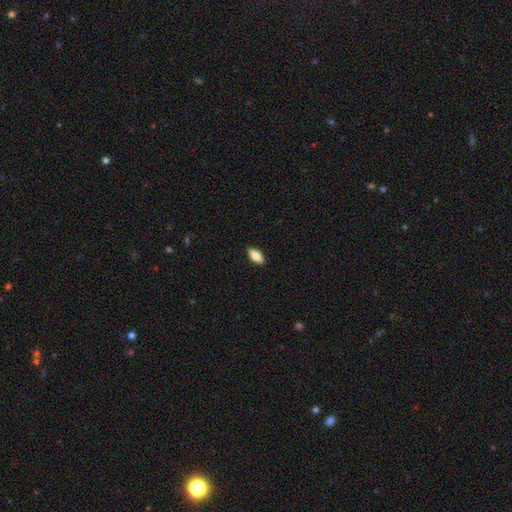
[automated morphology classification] smooth-or-featured: smooth: 78% | featured or disk: 15% | star or artifact: 7%
  how-rounded: in between: 86% | cigar-shaped: 11% | round: 3%
  merging: none: 89% | minor disturbance: 8% | major disturbance: 2% | merger: 1%